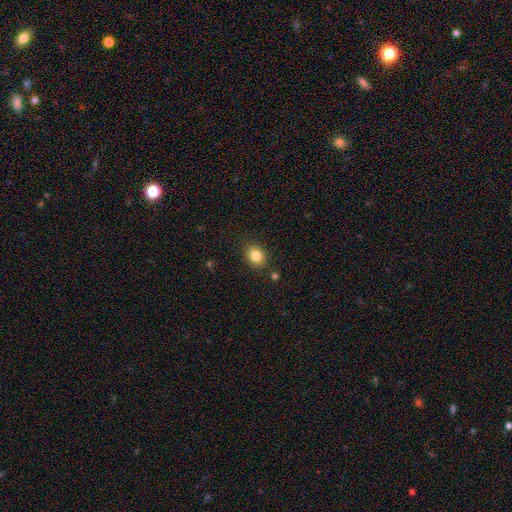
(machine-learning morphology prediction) Smooth or featured? Predicted: smooth (p=0.83). How rounded? Predicted: in between (p=0.57). Merging? Predicted: none (p=0.85).